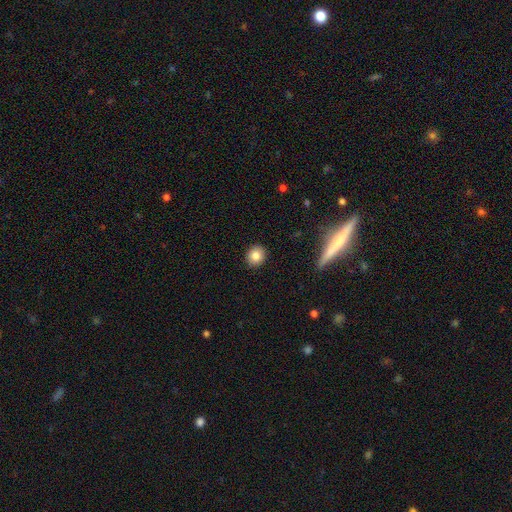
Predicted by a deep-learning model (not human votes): The model was most divided on "how rounded": round: 80%, in between: 19%, cigar-shaped: 1%. More confident: merging — none (91%); smooth or featured — smooth (83%).